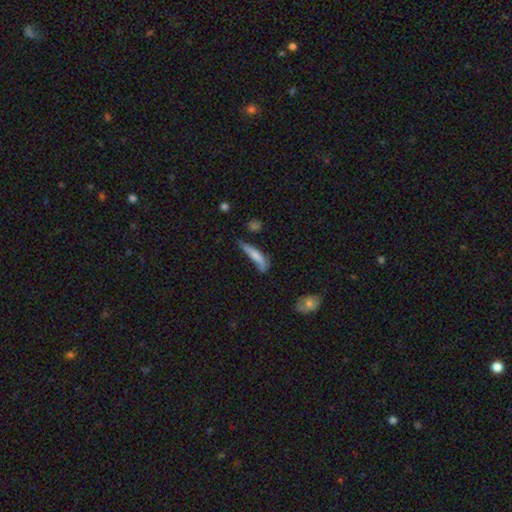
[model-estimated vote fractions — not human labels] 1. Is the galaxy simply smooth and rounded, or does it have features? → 69% smooth, 23% featured or disk, 7% star or artifact.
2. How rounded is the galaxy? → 78% cigar-shaped, 20% in between, 2% round.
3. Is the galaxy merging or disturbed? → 36% none, 34% minor disturbance, 22% major disturbance, 8% merger.